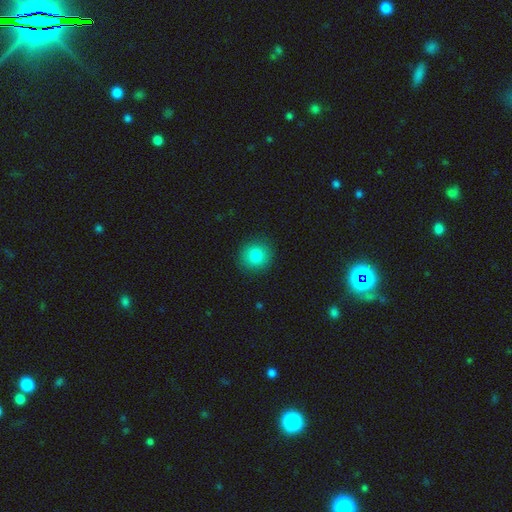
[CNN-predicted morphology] Smooth or featured: smooth — 82% (star or artifact — 10%)
How rounded: round — 88% (in between — 11%)
Merging: none — 90% (minor disturbance — 7%)